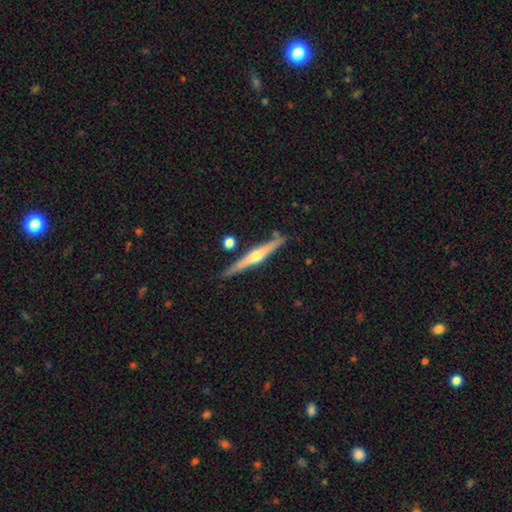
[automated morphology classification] Smooth or featured? featured or disk (71%)
Edge-on disk? yes (98%)
Edge-on bulge? rounded (89%)
Merging? none (85%)